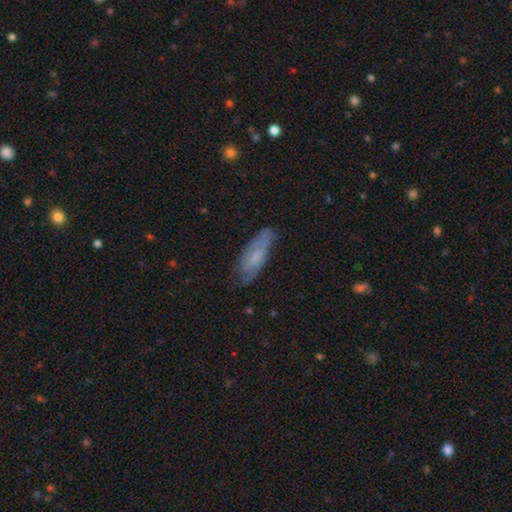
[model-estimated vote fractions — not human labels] smooth 48%, featured or disk 44%, star or artifact 8%. Down the decision tree: merging — none (64%).